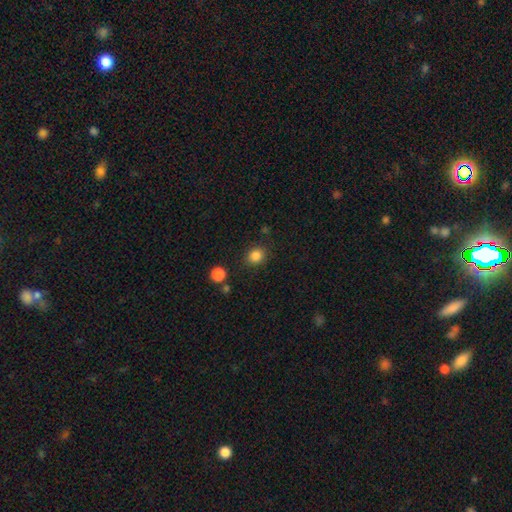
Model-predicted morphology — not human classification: This appears to be a smooth galaxy with no disk features (85%) that is round (77%). Merging: none (86%).